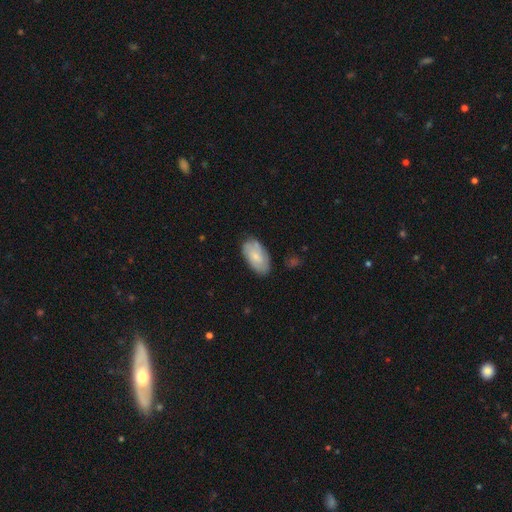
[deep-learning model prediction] Q: Smooth or featured?
A: smooth (66%); runner-up: featured or disk (28%)
Q: How rounded?
A: in between (94%); runner-up: round (3%)
Q: Merging?
A: none (76%); runner-up: minor disturbance (18%)